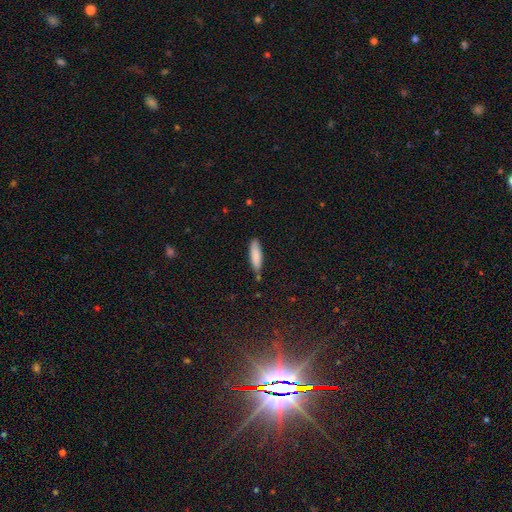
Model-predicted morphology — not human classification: This appears to be a smooth galaxy with no disk features (84%) that is cigar-shaped (66%). Merging: none (75%).